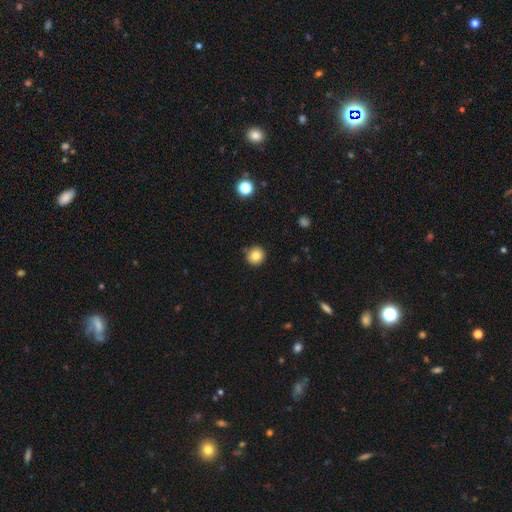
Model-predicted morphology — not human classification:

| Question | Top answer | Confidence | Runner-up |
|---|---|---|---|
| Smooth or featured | smooth | 82% | star or artifact (11%) |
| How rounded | round | 93% | in between (6%) |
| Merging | none | 88% | minor disturbance (8%) |